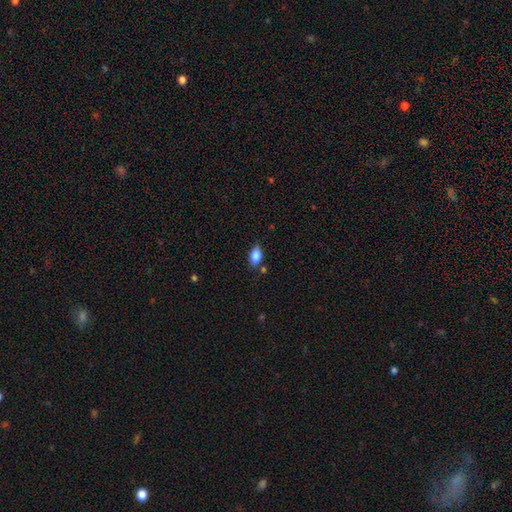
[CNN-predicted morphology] smooth_or_featured: smooth (p=0.85) [alt: star or artifact p=0.08]
how_rounded: in between (p=0.90) [alt: round p=0.06]
merging: none (p=0.79) [alt: minor disturbance p=0.15]